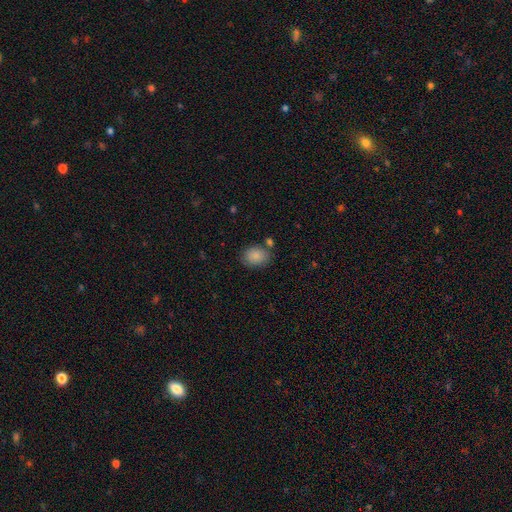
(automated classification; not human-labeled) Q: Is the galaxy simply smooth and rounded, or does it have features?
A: smooth — 87%.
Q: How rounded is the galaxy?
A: in between — 58%.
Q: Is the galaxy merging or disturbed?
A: none — 74%.